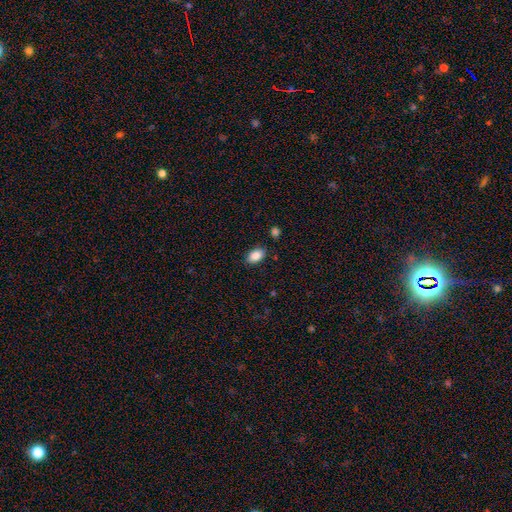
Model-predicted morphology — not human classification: This appears to be a smooth galaxy with no disk features (87%) that is in between round and cigar-shaped (90%). Merging: none (85%).